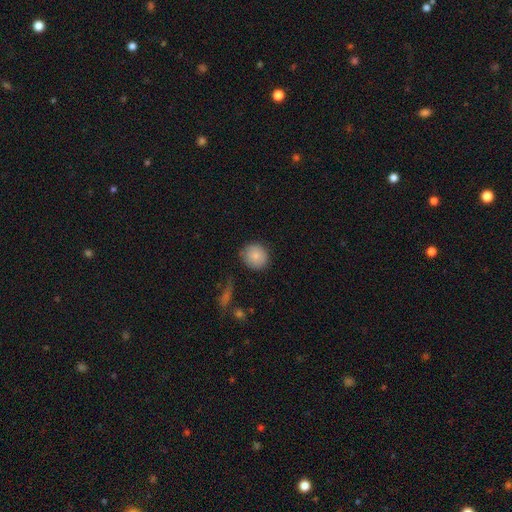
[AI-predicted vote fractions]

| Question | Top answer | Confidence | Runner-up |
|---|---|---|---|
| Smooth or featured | smooth | 85% | featured or disk (8%) |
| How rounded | round | 85% | in between (14%) |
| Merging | none | 83% | minor disturbance (12%) |